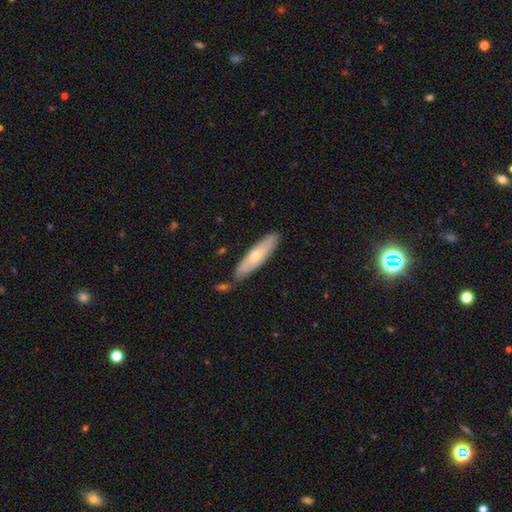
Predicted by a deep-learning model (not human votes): Smooth or featured: smooth — 53% (featured or disk — 41%)
How rounded: cigar-shaped — 72% (in between — 26%)
Merging: none — 74% (minor disturbance — 16%)